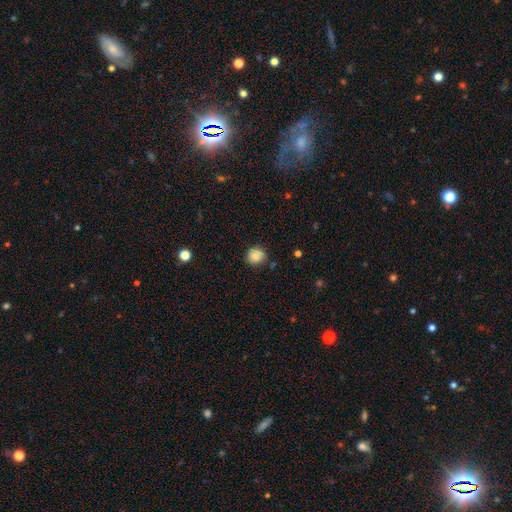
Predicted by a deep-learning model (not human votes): A smooth galaxy with no disk features (84%) that is round (84%). Merging: none (79%).